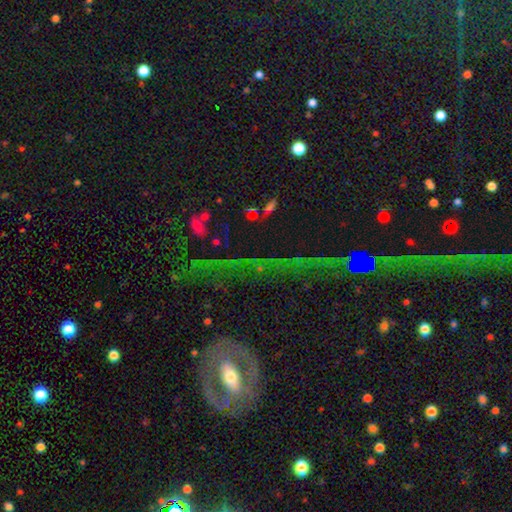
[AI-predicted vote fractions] star or artifact 44%, featured or disk 38%, smooth 18%.